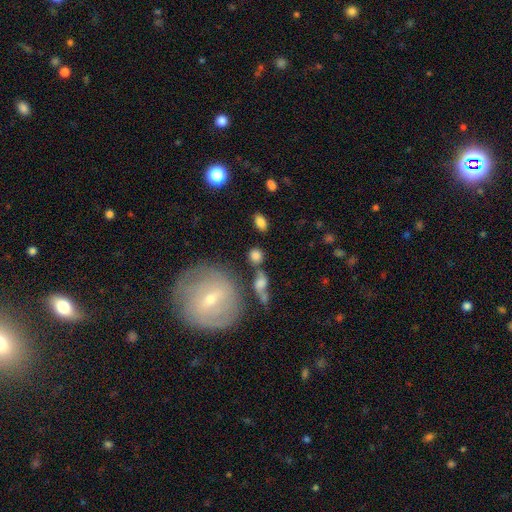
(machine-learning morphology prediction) The model was most divided on "how rounded": round: 57%, in between: 39%, cigar-shaped: 4%. More confident: smooth or featured — smooth (75%); merging — none (61%).